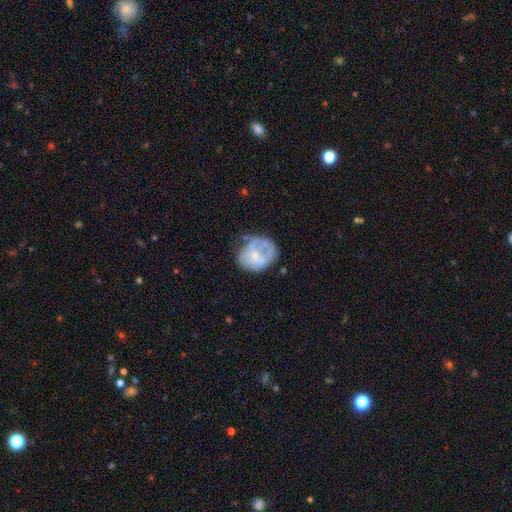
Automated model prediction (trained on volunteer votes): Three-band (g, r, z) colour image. It shows a featured or disk galaxy (53%) with no bar (72%), no spiral arms (67%) and a small central bulge (57%). Merging: none (39%).